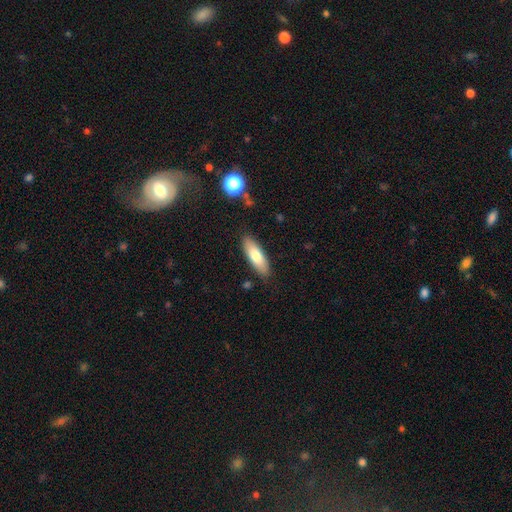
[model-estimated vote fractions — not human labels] Smooth or featured?
  - smooth: 76% *
  - featured or disk: 18%
  - star or artifact: 6%
How rounded?
  - in between: 58% *
  - cigar-shaped: 40%
  - round: 2%
Merging?
  - none: 85% *
  - minor disturbance: 11%
  - major disturbance: 2%
  - merger: 2%